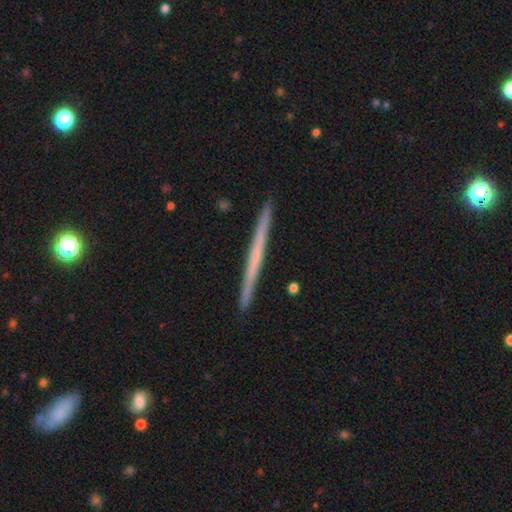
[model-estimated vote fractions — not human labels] Q: Smooth or featured?
A: featured or disk (57%); runner-up: smooth (38%)
Q: Edge-on disk?
A: yes (98%); runner-up: no (2%)
Q: Edge-on bulge?
A: none (87%); runner-up: rounded (9%)
Q: Merging?
A: none (93%); runner-up: minor disturbance (5%)